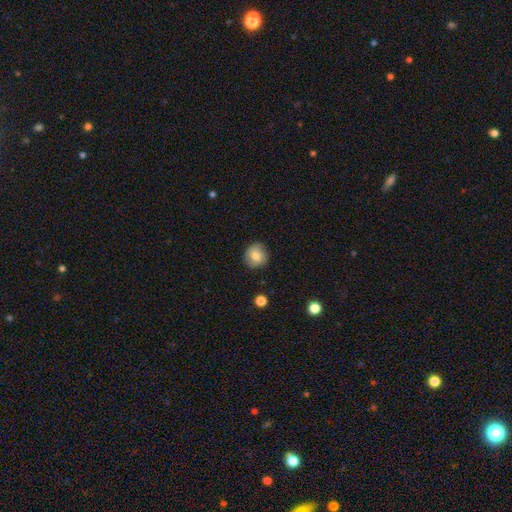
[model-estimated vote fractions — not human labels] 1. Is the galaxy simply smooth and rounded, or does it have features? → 76% smooth, 16% featured or disk, 9% star or artifact.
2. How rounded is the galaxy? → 89% round, 10% in between, 1% cigar-shaped.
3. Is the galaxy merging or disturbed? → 85% none, 11% minor disturbance, 3% major disturbance, 1% merger.